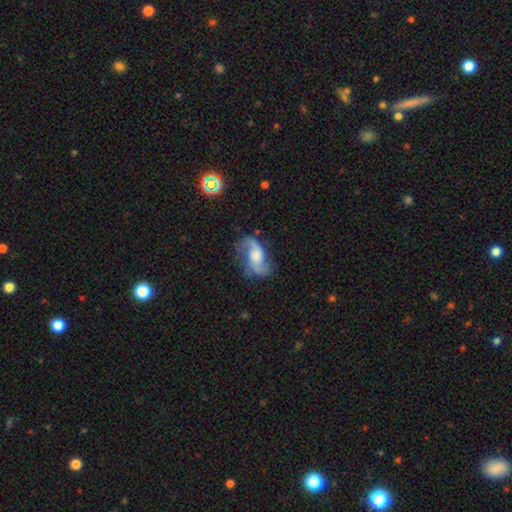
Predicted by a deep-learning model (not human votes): smooth-or-featured: featured or disk: 80% | smooth: 13% | star or artifact: 7%
  disk-edge-on: no: 96% | yes: 4%
    bar: no: 54% | weak: 37% | strong: 9%
    has-spiral-arms: yes: 94% | no: 6%
      spiral-winding: loose: 65% | medium: 29% | tight: 7%
      spiral-arm-count: 2: 90% | can't tell: 3% | 1: 3% | 3: 2% | 4: 1% | more than 4: 1%
    bulge-size: moderate: 37% | large: 28% | small: 17% | none: 15% | dominant: 3%
  merging: none: 66% | minor disturbance: 20% | major disturbance: 12% | merger: 2%